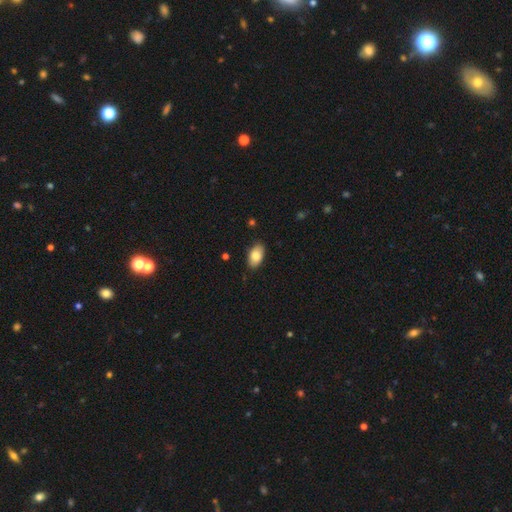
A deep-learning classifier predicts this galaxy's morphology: Smooth or featured: smooth — 84% (featured or disk — 10%)
How rounded: in between — 94% (round — 4%)
Merging: none — 88% (minor disturbance — 10%)